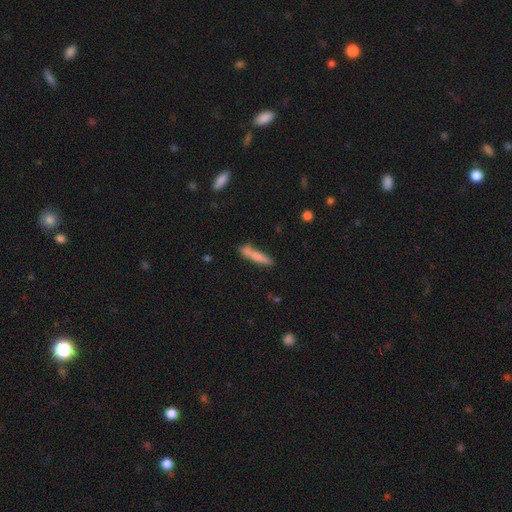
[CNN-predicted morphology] smooth 75%, featured or disk 19%, star or artifact 6%. Down the decision tree: how rounded — cigar-shaped (90%); merging — none (70%).